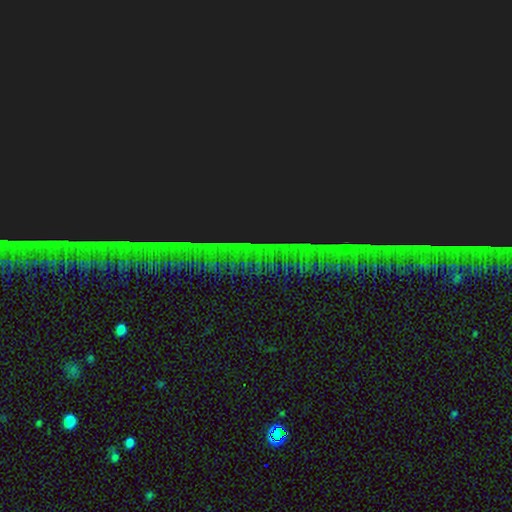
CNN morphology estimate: smooth_or_featured: star or artifact (p=0.87) [alt: featured or disk p=0.07]